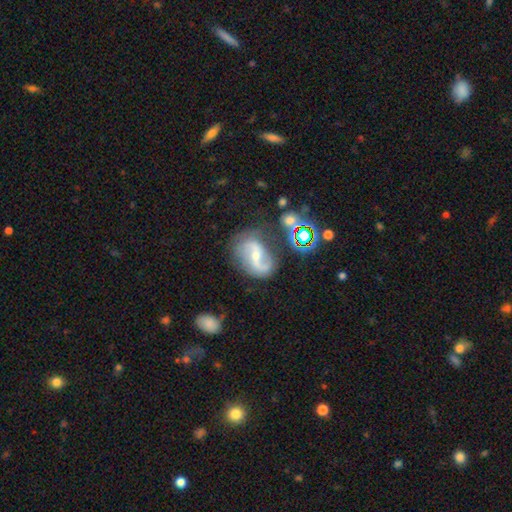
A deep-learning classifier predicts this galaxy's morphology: Smooth or featured: featured or disk — 82% (smooth — 10%)
Edge-on disk: no — 97% (yes — 3%)
Bar: weak — 42% (strong — 31%)
Spiral arms: yes — 94% (no — 6%)
Spiral winding: loose — 55% (medium — 35%)
Spiral arm count: 2 — 88% (can't tell — 5%)
Bulge size: small — 57% (moderate — 37%)
Merging: none — 65% (minor disturbance — 20%)